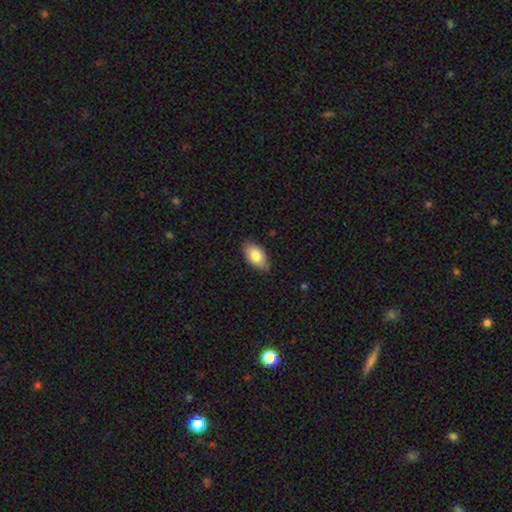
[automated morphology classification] smooth_or_featured: smooth (p=0.82) [alt: featured or disk p=0.12]
how_rounded: in between (p=0.94) [alt: round p=0.04]
merging: none (p=0.84) [alt: minor disturbance p=0.13]